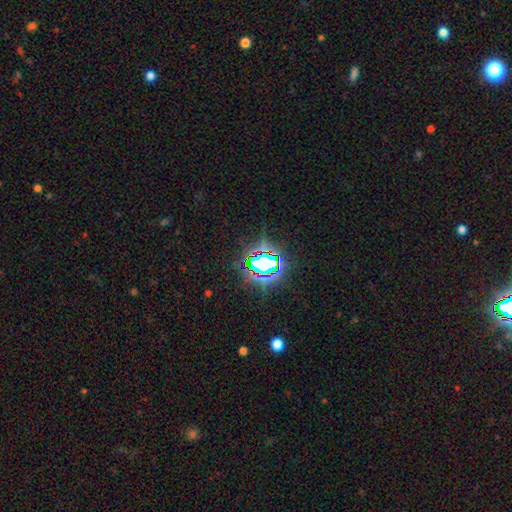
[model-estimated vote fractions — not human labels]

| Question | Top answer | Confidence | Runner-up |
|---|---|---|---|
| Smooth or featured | star or artifact | 80% | smooth (13%) |